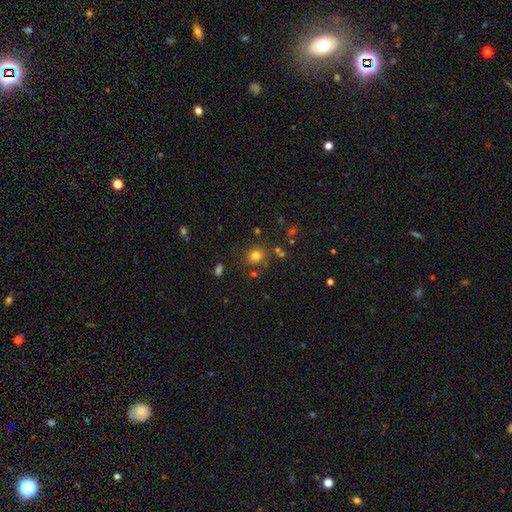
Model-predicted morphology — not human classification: The model was most divided on "smooth or featured": smooth: 76%, star or artifact: 16%, featured or disk: 7%. More confident: how rounded — round (82%); merging — none (80%).